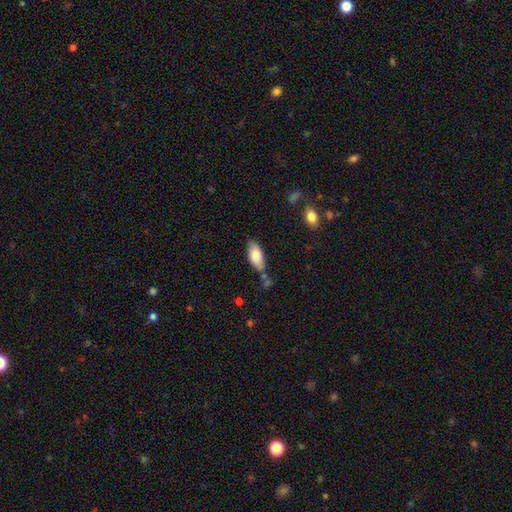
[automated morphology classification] Smooth or featured: smooth — 81% (featured or disk — 13%)
How rounded: in between — 86% (cigar-shaped — 11%)
Merging: none — 66% (minor disturbance — 21%)